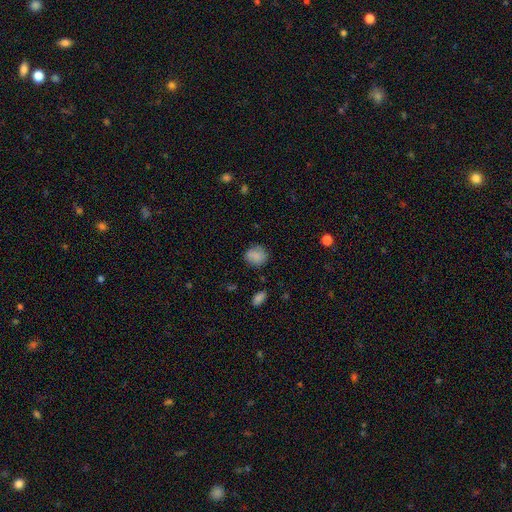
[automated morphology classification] A smooth galaxy with no disk features (83%) that is round (72%). Merging: none (73%).